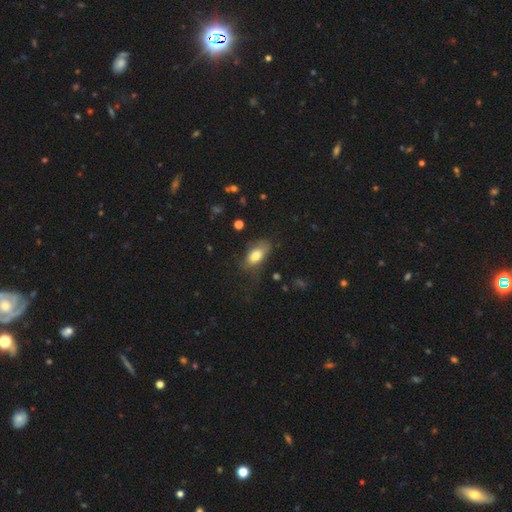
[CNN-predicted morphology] Smooth or featured?
  - smooth: 77% *
  - featured or disk: 15%
  - star or artifact: 8%
How rounded?
  - in between: 89% *
  - cigar-shaped: 7%
  - round: 4%
Merging?
  - none: 54% *
  - minor disturbance: 28%
  - major disturbance: 16%
  - merger: 2%